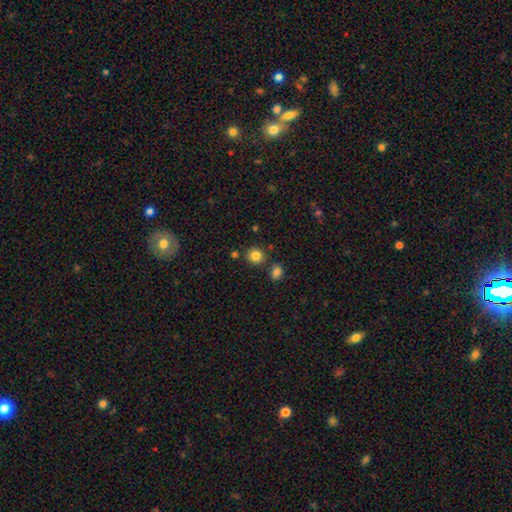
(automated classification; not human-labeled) Smooth or featured?
  - smooth: 83% *
  - star or artifact: 12%
  - featured or disk: 5%
How rounded?
  - round: 88% *
  - in between: 11%
  - cigar-shaped: 1%
Merging?
  - none: 81% *
  - merger: 9%
  - minor disturbance: 8%
  - major disturbance: 3%